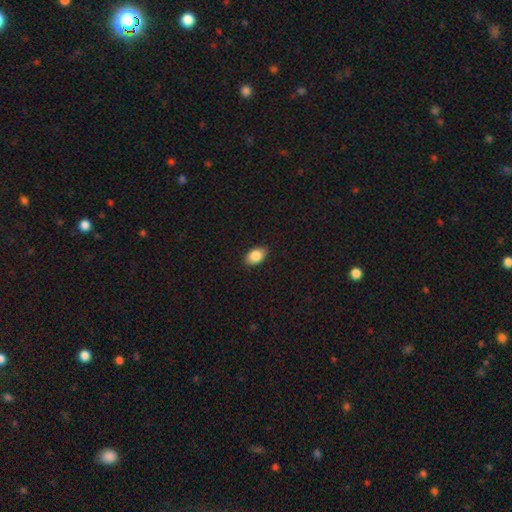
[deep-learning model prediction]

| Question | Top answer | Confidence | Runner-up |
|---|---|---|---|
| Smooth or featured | smooth | 87% | star or artifact (7%) |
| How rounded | in between | 89% | round (10%) |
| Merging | none | 88% | minor disturbance (9%) |